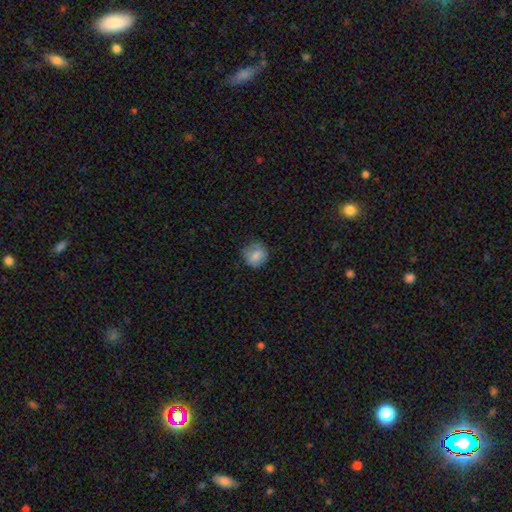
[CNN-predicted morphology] Smooth or featured? Predicted: smooth (p=0.82). How rounded? Predicted: round (p=0.86). Merging? Predicted: none (p=0.72).